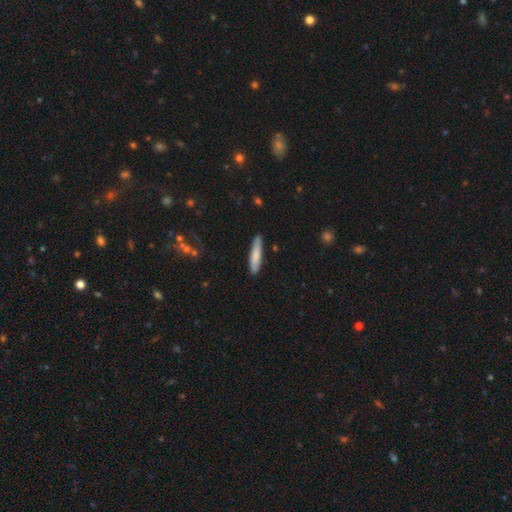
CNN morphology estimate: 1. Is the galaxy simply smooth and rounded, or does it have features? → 78% smooth, 17% featured or disk, 5% star or artifact.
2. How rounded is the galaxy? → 86% cigar-shaped, 13% in between, 1% round.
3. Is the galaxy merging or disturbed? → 86% none, 11% minor disturbance, 2% major disturbance, 1% merger.